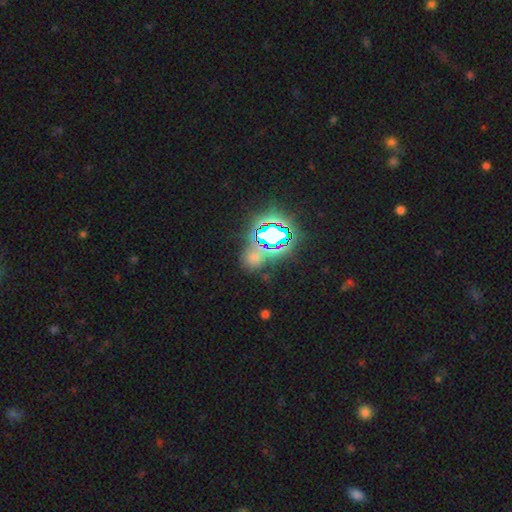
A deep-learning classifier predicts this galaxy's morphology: smooth_or_featured: star or artifact (p=0.61) [alt: smooth p=0.30]